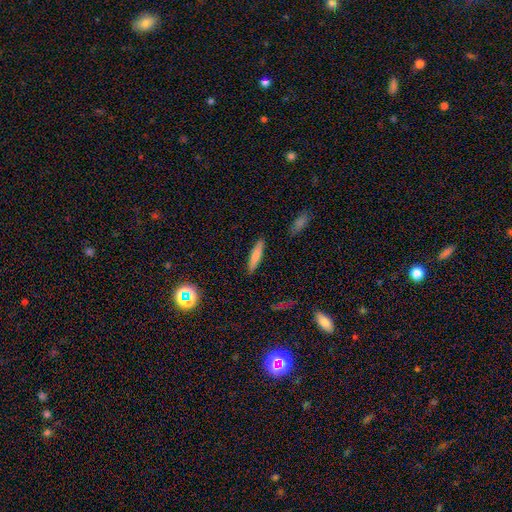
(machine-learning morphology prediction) The model was most divided on "smooth or featured": smooth: 77%, featured or disk: 16%, star or artifact: 7%. More confident: merging — none (89%); how rounded — cigar-shaped (82%).